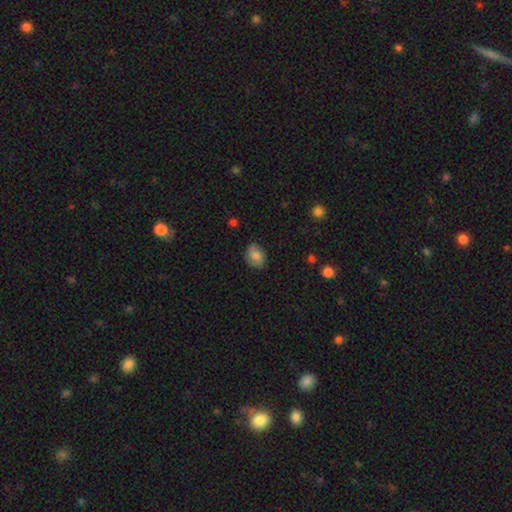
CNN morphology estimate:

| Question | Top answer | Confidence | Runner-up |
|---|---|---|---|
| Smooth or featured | smooth | 73% | featured or disk (18%) |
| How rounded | in between | 62% | round (37%) |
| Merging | none | 72% | minor disturbance (22%) |